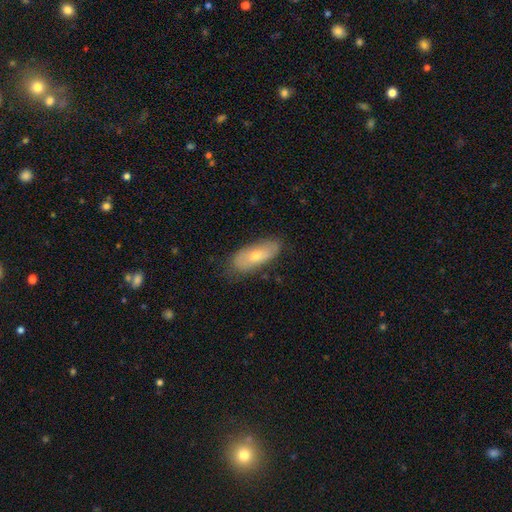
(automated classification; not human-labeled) Overall: smooth (60%; featured or disk 33%). How rounded: in between (75%). Merging: none (78%).